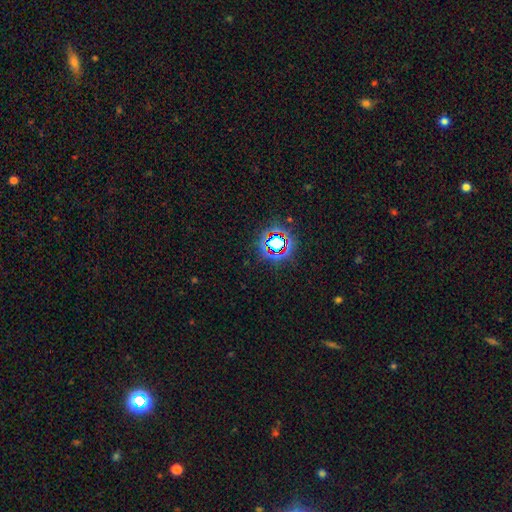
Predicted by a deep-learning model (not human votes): star or artifact 74%, smooth 17%, featured or disk 9%.